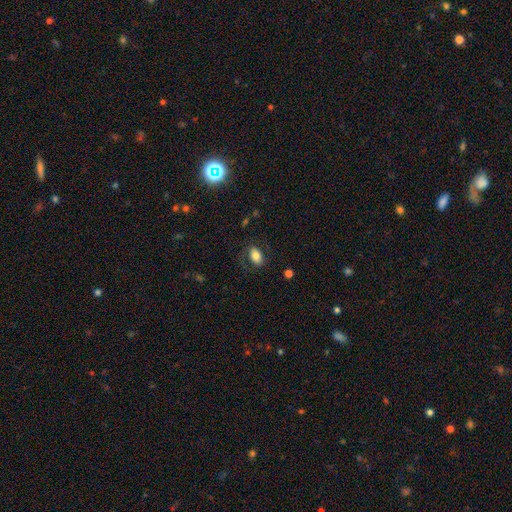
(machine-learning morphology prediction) Smooth or featured: smooth — 73% (featured or disk — 19%)
How rounded: in between — 90% (round — 8%)
Merging: none — 72% (minor disturbance — 16%)